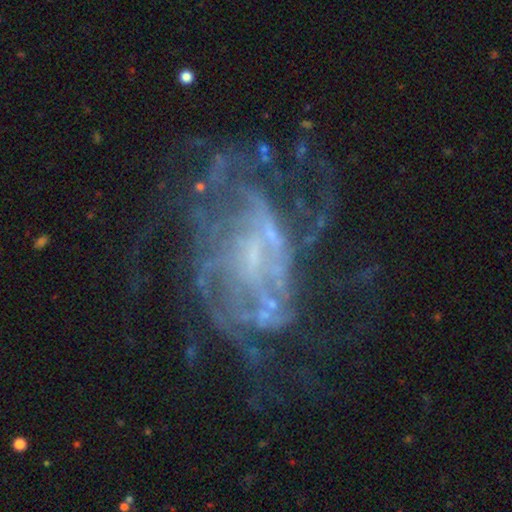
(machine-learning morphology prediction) A featured or disk galaxy (80%) with no bar (53%), tight (39%) spiral arms (70%) and a small central bulge (51%).

Vote fractions:
- Smooth or featured? featured or disk: 80% / star or artifact: 12% / smooth: 8%
- Edge-on disk? no: 97% / yes: 3%
- Bar? no: 53% / weak: 36% / strong: 12%
- Spiral arms? yes: 70% / no: 30%
- Spiral winding? tight: 39% / medium: 37% / loose: 24%
- Spiral arm count? can't tell: 53% / 2: 13% / 3: 11% / 4: 10% / more than 4: 7% / 1: 6%
- Bulge size? small: 51% / none: 32% / moderate: 14% / large: 2% / dominant: 1%
- Merging? none: 44% / major disturbance: 34% / minor disturbance: 18% / merger: 5%